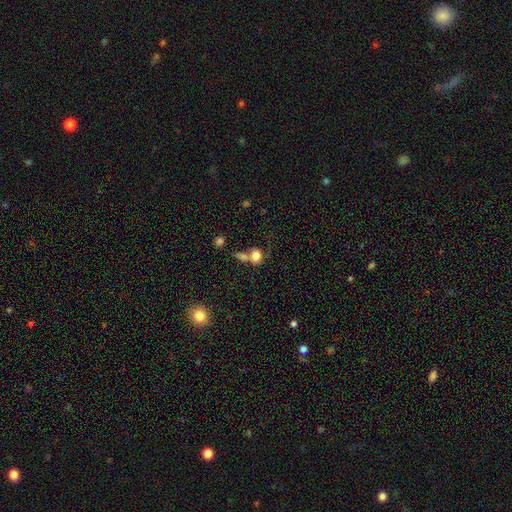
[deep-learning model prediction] This appears to be a smooth galaxy with no disk features (78%) that is in between round and cigar-shaped (50%). Merging: merger (49%).